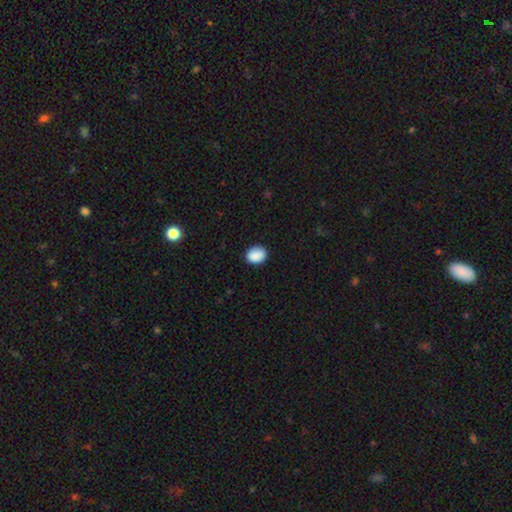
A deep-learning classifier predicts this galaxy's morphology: Q: Smooth or featured?
A: smooth (89%); runner-up: star or artifact (8%)
Q: How rounded?
A: round (51%); runner-up: in between (48%)
Q: Merging?
A: none (87%); runner-up: minor disturbance (10%)